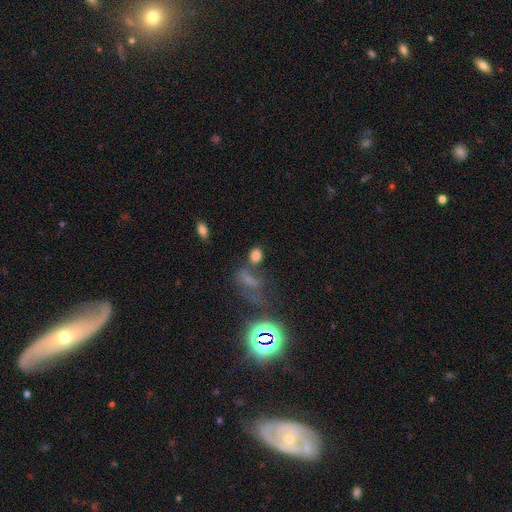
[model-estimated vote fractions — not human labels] Overall: smooth (74%). How rounded: in between (58%; round 39%). Merging: none (56%; merger 21%).